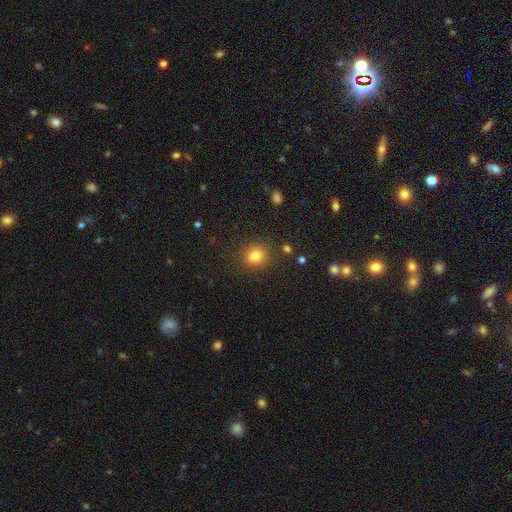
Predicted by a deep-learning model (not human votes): smooth_or_featured: smooth (p=0.76) [alt: star or artifact p=0.15]
how_rounded: round (p=0.81) [alt: in between p=0.18]
merging: none (p=0.72) [alt: merger p=0.12]